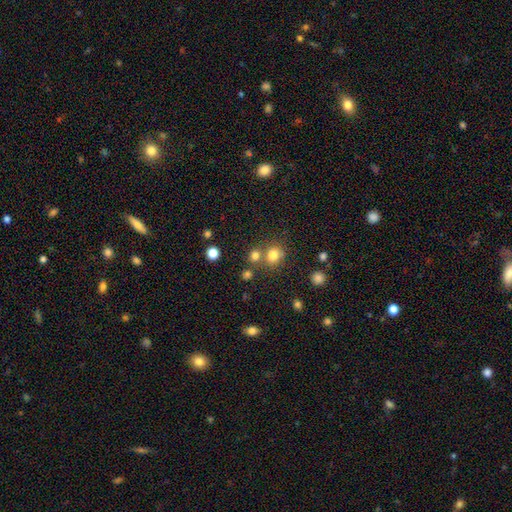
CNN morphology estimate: Q: Smooth or featured?
A: smooth (76%); runner-up: star or artifact (17%)
Q: How rounded?
A: round (81%); runner-up: in between (18%)
Q: Merging?
A: none (63%); runner-up: merger (25%)